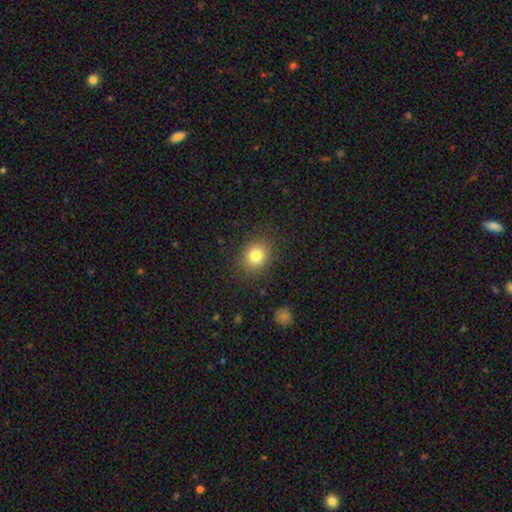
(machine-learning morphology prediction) smooth_or_featured: smooth (p=0.81) [alt: star or artifact p=0.11]
how_rounded: round (p=0.64) [alt: in between p=0.35]
merging: none (p=0.87) [alt: minor disturbance p=0.08]